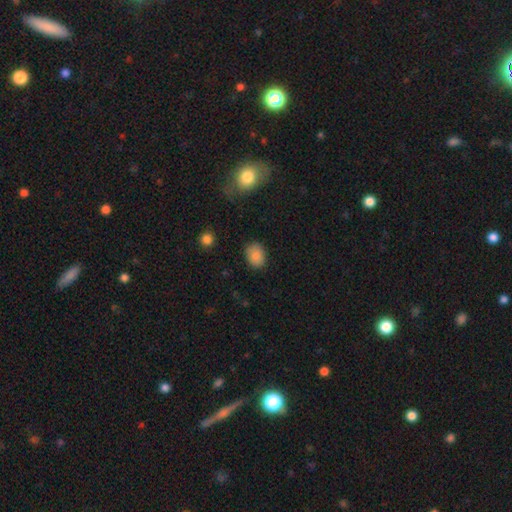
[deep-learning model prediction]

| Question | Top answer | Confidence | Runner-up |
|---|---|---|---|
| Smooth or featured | smooth | 85% | star or artifact (9%) |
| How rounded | in between | 66% | round (33%) |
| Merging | none | 83% | minor disturbance (12%) |